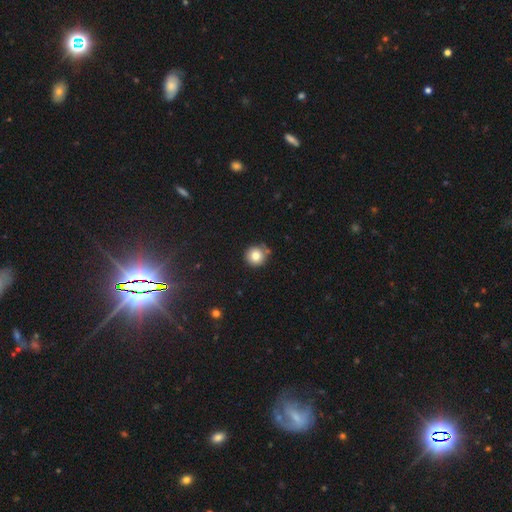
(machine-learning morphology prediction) Smooth or featured? smooth (81%)
How rounded? round (94%)
Merging? none (78%)